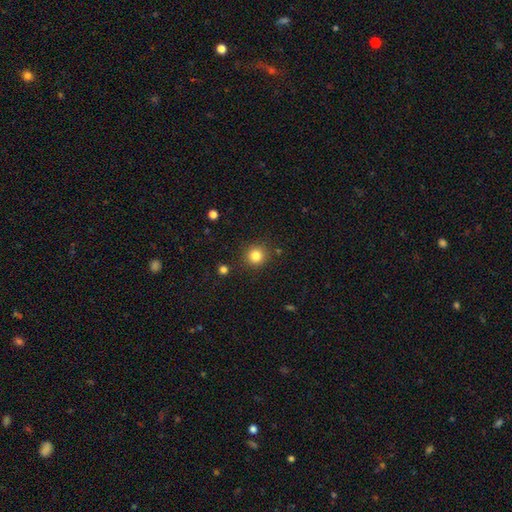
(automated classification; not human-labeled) Overall: smooth (83%). How rounded: round (93%). Merging: none (88%).